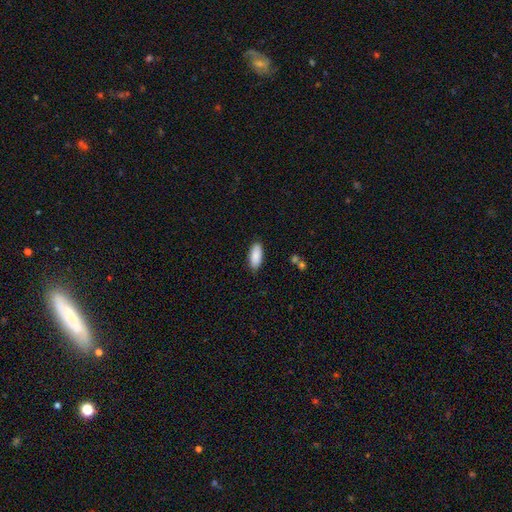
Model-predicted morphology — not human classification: Smooth or featured?
  - smooth: 89% *
  - star or artifact: 6%
  - featured or disk: 5%
How rounded?
  - in between: 85% *
  - cigar-shaped: 13%
  - round: 2%
Merging?
  - none: 86% *
  - minor disturbance: 10%
  - major disturbance: 2%
  - merger: 1%